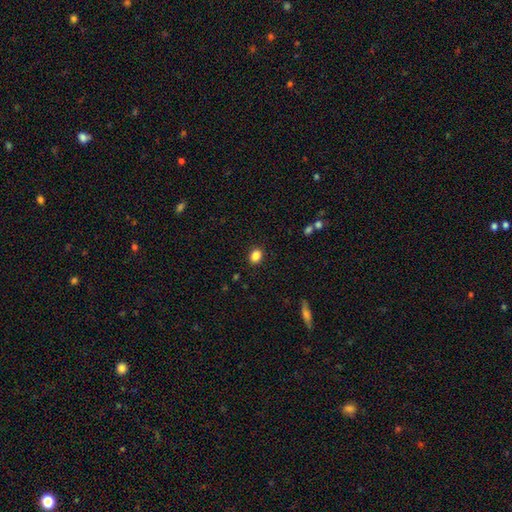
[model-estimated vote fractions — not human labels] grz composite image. It shows a smooth galaxy with no disk features (85%) that is in between round and cigar-shaped (51%). Merging: none (90%).